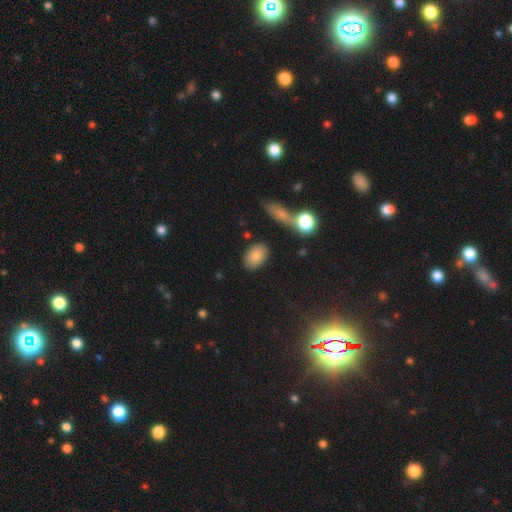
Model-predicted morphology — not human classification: type=smooth (86%); roundness=in between (86%); merging=none (83%).